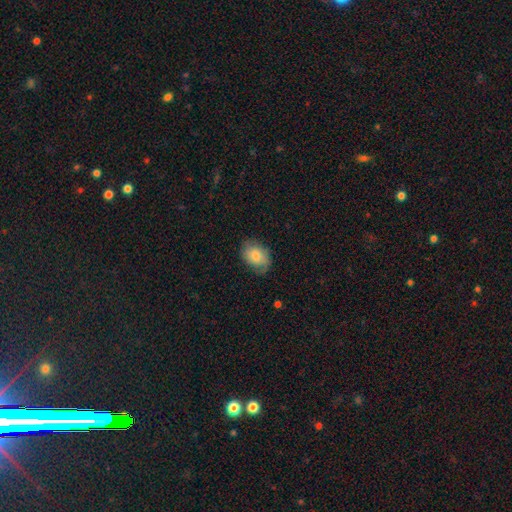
Smooth or featured?
  - smooth: 72% *
  - featured or disk: 28%
  - star or artifact: 0%
How rounded?
  - in between: 82% *
  - round: 14%
  - cigar-shaped: 4%
Merging?
  - none: 59% *
  - minor disturbance: 28%
  - major disturbance: 13%
  - merger: 0%